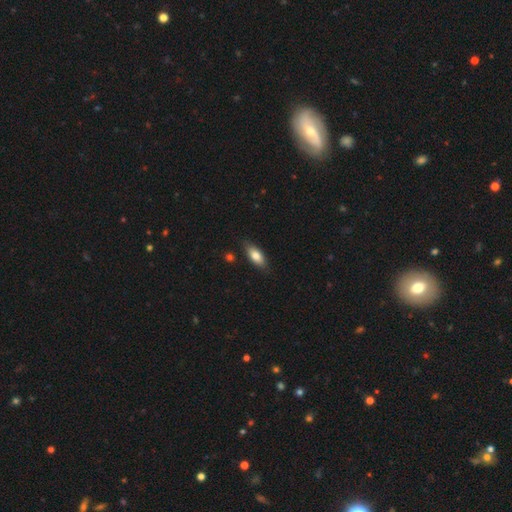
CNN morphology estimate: Smooth or featured: smooth — 77% (featured or disk — 17%)
How rounded: in between — 77% (cigar-shaped — 20%)
Merging: none — 82% (minor disturbance — 14%)